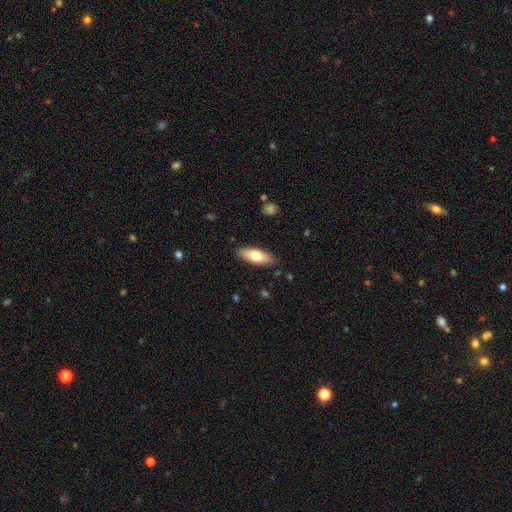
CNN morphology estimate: The model was most divided on "smooth or featured": smooth: 69%, featured or disk: 25%, star or artifact: 6%. More confident: merging — none (87%); how rounded — in between (72%).